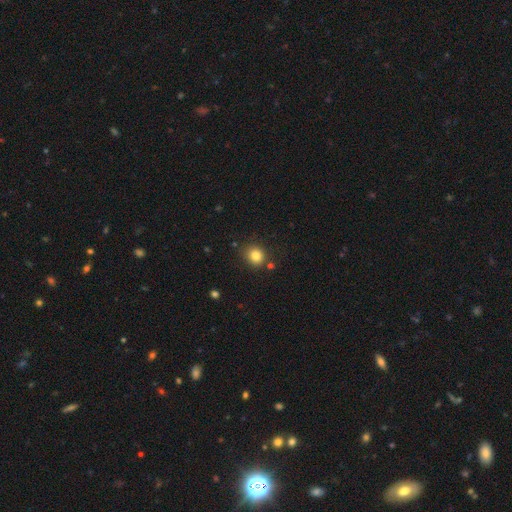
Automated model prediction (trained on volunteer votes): Overall: smooth (82%). How rounded: round (76%). Merging: none (81%).